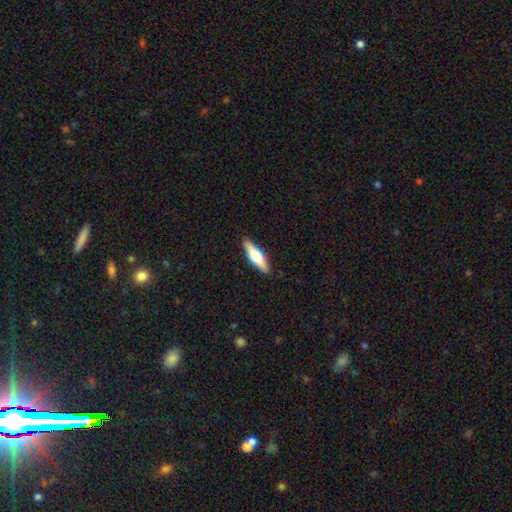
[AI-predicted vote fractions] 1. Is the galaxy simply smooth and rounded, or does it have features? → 52% smooth, 43% featured or disk, 5% star or artifact.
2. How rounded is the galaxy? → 63% cigar-shaped, 35% in between, 2% round.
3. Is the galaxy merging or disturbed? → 90% none, 8% minor disturbance, 2% major disturbance, 1% merger.